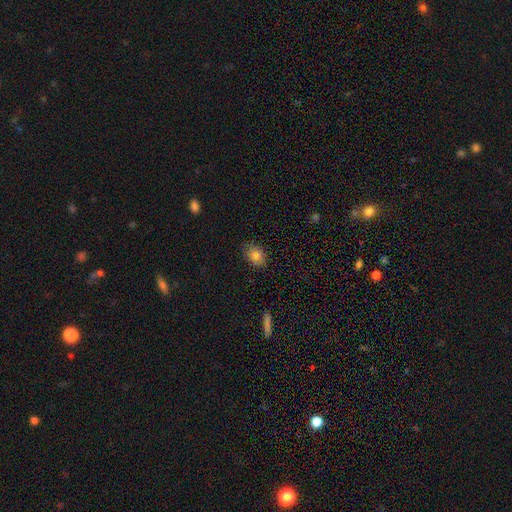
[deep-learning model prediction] Morphology: type=smooth (81%); roundness=in between (73%); merging=none (81%).